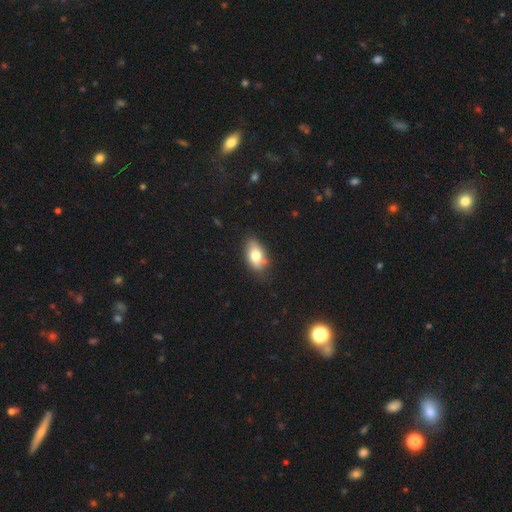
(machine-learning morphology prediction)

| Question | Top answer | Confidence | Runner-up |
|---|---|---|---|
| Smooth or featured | smooth | 75% | featured or disk (17%) |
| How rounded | in between | 90% | round (7%) |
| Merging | none | 74% | minor disturbance (20%) |